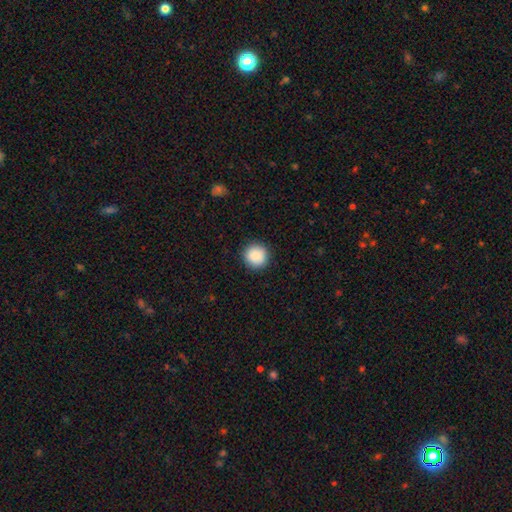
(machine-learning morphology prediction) smooth_or_featured: smooth (p=0.89) [alt: star or artifact p=0.08]
how_rounded: round (p=0.95) [alt: in between p=0.04]
merging: none (p=0.92) [alt: minor disturbance p=0.05]